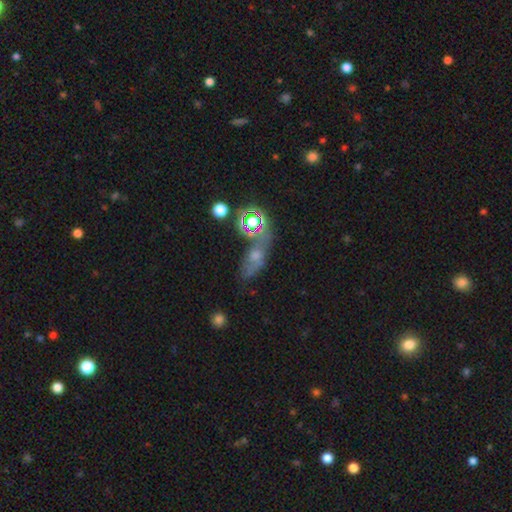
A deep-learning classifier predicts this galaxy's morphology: Q: Smooth or featured?
A: smooth (41%); runner-up: star or artifact (31%)
Q: Merging?
A: none (47%); runner-up: minor disturbance (21%)